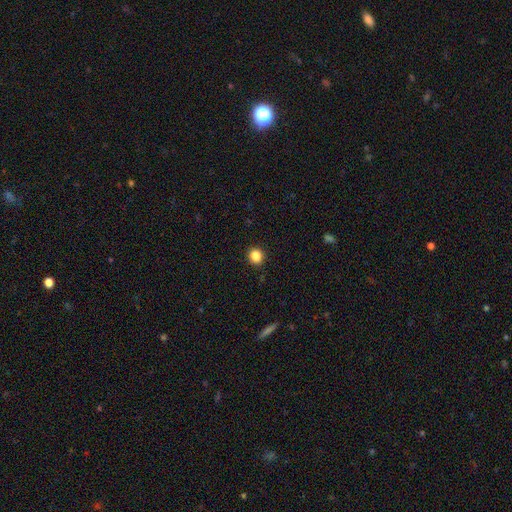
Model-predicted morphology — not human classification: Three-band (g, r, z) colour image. It shows a smooth galaxy with no disk features (86%) that is round (82%). Merging: none (91%).